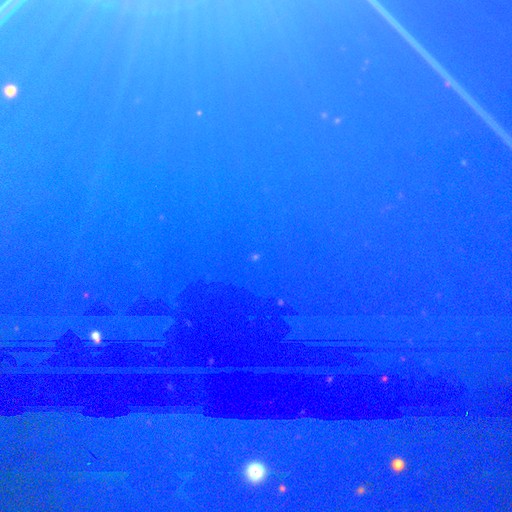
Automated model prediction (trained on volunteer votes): Smooth or featured: star or artifact — 80% (smooth — 11%)